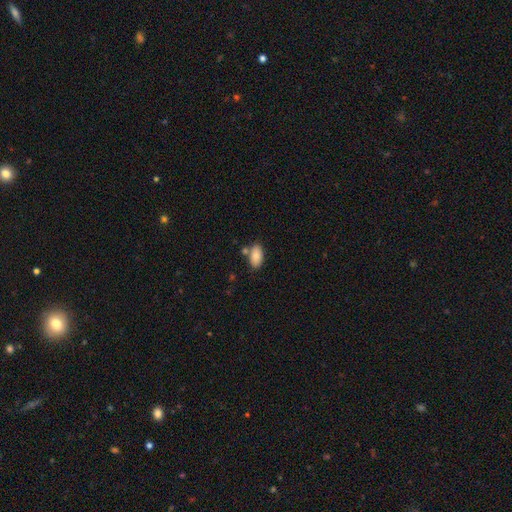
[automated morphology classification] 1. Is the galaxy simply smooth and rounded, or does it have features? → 87% smooth, 7% star or artifact, 6% featured or disk.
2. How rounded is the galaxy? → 93% in between, 3% cigar-shaped, 3% round.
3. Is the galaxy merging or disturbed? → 70% none, 13% minor disturbance, 13% merger, 3% major disturbance.